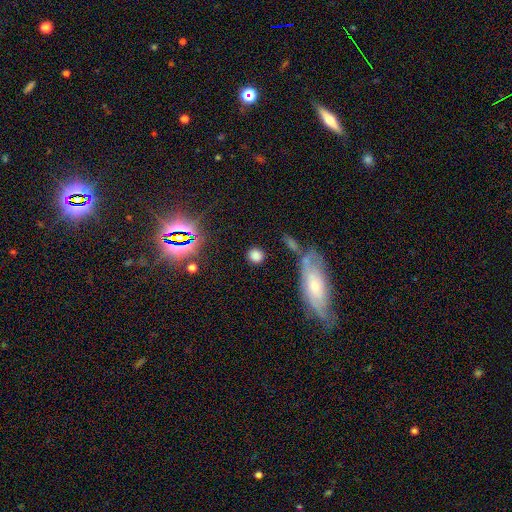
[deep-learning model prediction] Smooth or featured? Predicted: smooth (p=0.78). How rounded? Predicted: round (p=0.81). Merging? Predicted: none (p=0.80).